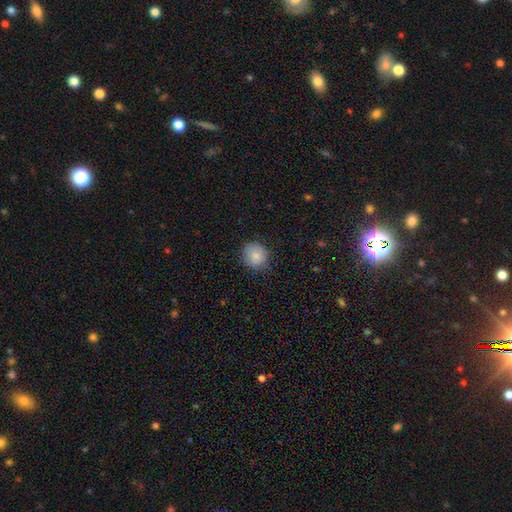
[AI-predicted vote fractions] Smooth or featured?
  - smooth: 82% *
  - featured or disk: 9%
  - star or artifact: 9%
How rounded?
  - round: 84% *
  - in between: 15%
  - cigar-shaped: 1%
Merging?
  - none: 80% *
  - minor disturbance: 15%
  - major disturbance: 3%
  - merger: 1%